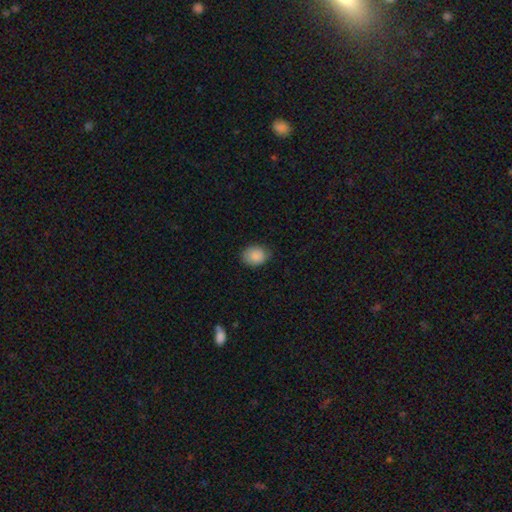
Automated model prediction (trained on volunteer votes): This is clearly a smooth galaxy (88%). How rounded: possibly in between (54%). Merging: clearly none (81%).